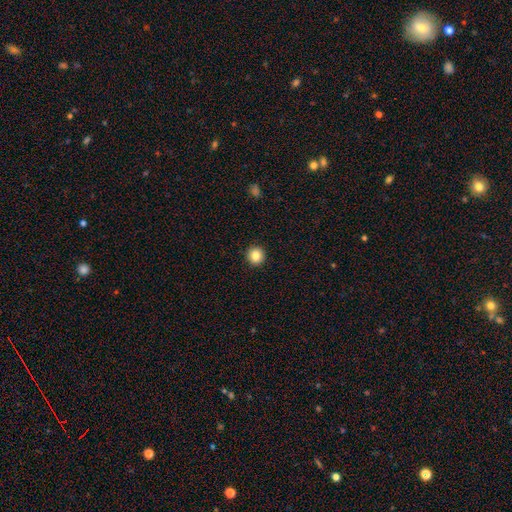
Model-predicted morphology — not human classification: type=smooth (85%); roundness=round (95%); merging=none (93%).